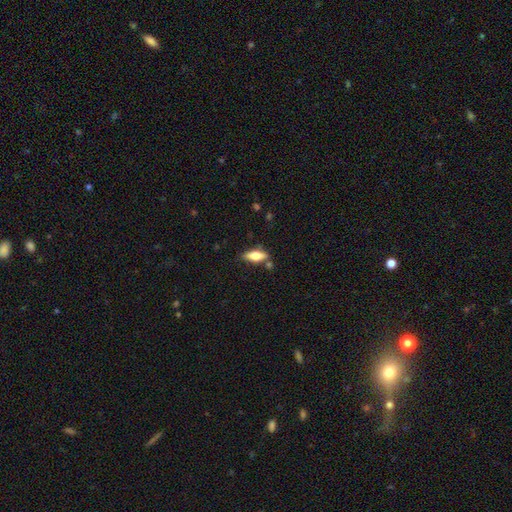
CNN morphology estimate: The model was most divided on "how rounded": in between: 66%, cigar-shaped: 31%, round: 3%. More confident: merging — none (69%); smooth or featured — smooth (65%).